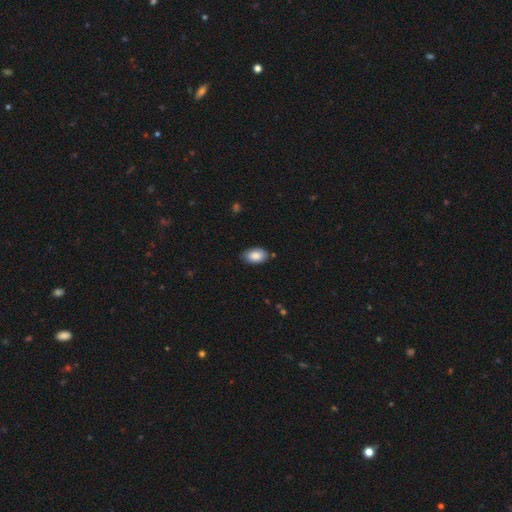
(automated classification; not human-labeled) This is clearly a smooth galaxy (86%). How rounded: clearly in between (93%). Merging: clearly none (81%).